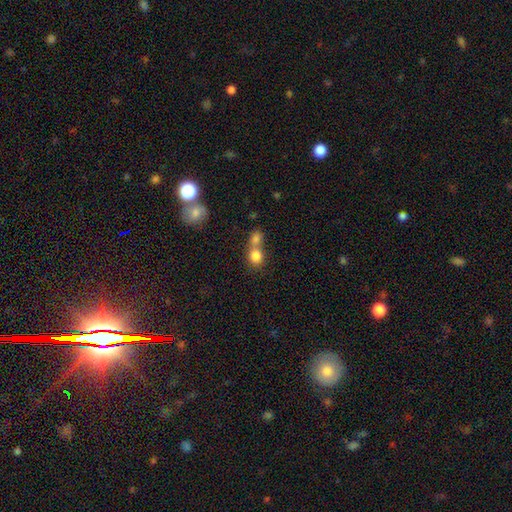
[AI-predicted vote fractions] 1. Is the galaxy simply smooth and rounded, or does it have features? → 80% smooth, 10% star or artifact, 9% featured or disk.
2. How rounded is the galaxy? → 75% round, 23% in between, 1% cigar-shaped.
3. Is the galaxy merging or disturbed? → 60% merger, 31% none, 6% minor disturbance, 3% major disturbance.